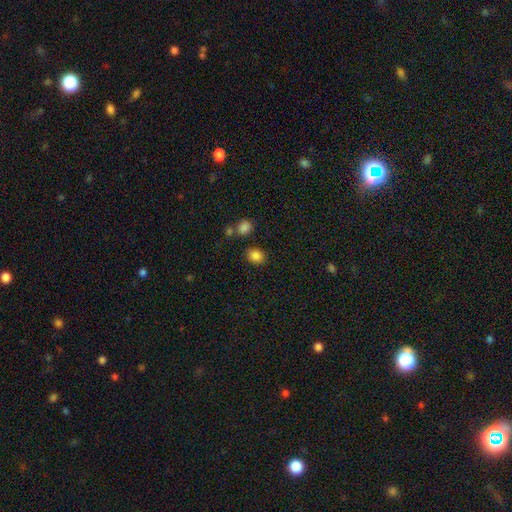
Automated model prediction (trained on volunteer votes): Morphology: type=smooth (85%); roundness=in between (51%); merging=none (83%).